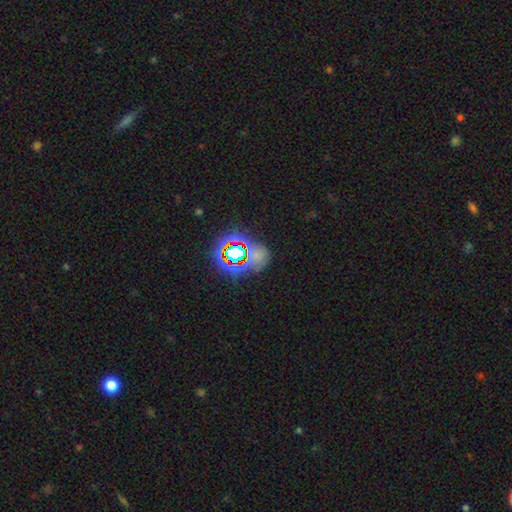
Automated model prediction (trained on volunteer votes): smooth-or-featured: star or artifact: 56% | smooth: 30% | featured or disk: 14%